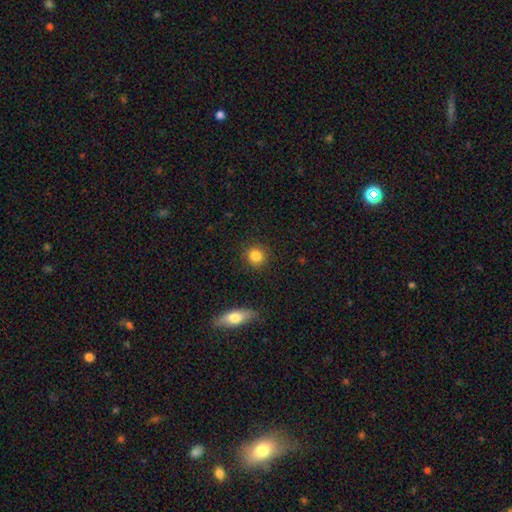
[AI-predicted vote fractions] smooth-or-featured: smooth: 85% | star or artifact: 9% | featured or disk: 6%
  how-rounded: round: 90% | in between: 9% | cigar-shaped: 1%
  merging: none: 90% | minor disturbance: 6% | major disturbance: 2% | merger: 1%